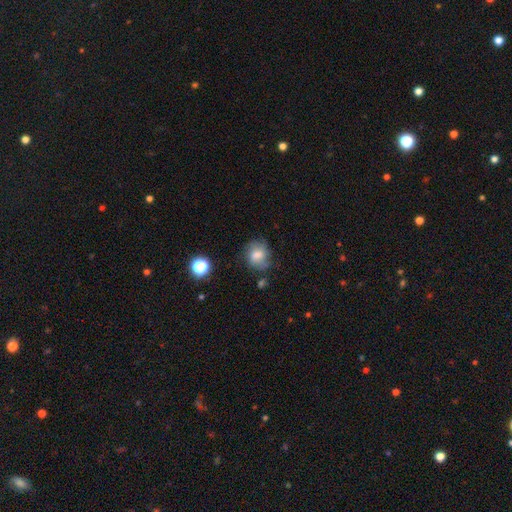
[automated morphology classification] smooth 60%, featured or disk 27%, star or artifact 13%. Down the decision tree: how rounded — round (66%); merging — none (63%).